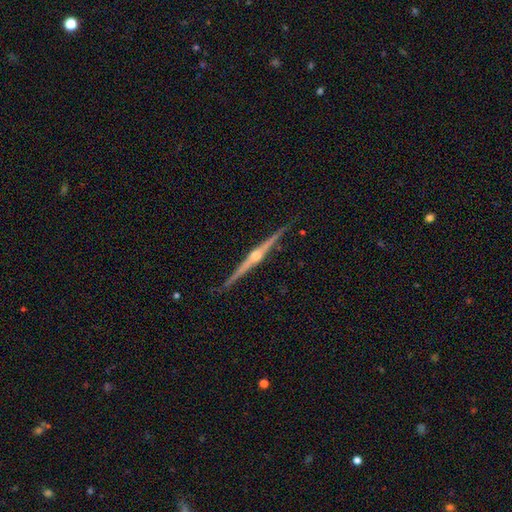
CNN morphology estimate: The model was most divided on "merging": none: 90%, minor disturbance: 7%, major disturbance: 1%, merger: 1%. More confident: edge-on disk — yes (99%); edge-on bulge — rounded (93%); smooth or featured — featured or disk (89%).